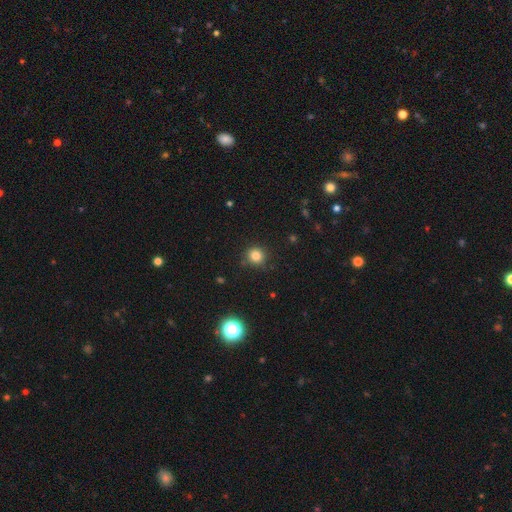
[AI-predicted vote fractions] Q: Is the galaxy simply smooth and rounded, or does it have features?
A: smooth — 81%.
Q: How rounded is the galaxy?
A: round — 90%.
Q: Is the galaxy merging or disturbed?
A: none — 84%.